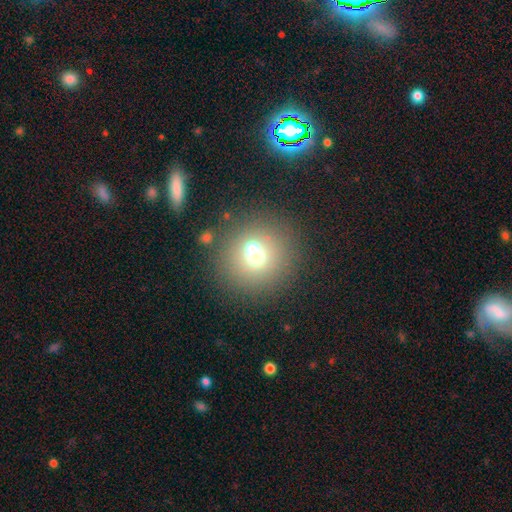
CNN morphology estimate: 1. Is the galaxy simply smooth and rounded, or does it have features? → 63% smooth, 19% featured or disk, 17% star or artifact.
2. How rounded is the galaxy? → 90% round, 9% in between, 1% cigar-shaped.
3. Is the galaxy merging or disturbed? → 59% none, 27% merger, 8% minor disturbance, 5% major disturbance.